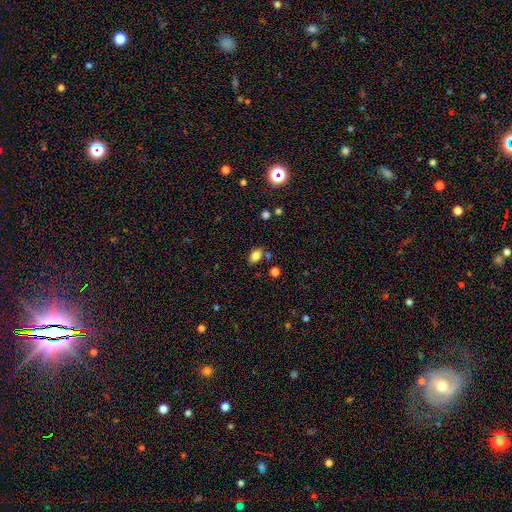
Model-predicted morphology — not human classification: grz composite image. It shows a smooth galaxy with no disk features (82%) that is in between round and cigar-shaped (86%). Merging: none (76%).